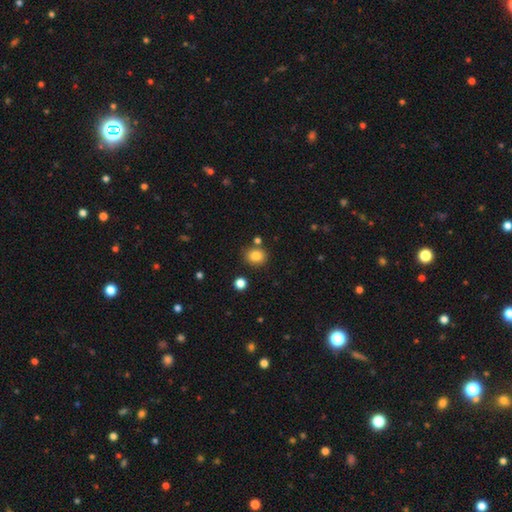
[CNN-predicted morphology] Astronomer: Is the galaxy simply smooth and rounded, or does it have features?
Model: smooth — 83%.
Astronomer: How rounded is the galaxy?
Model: round — 71%.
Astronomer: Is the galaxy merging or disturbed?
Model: none — 81%.